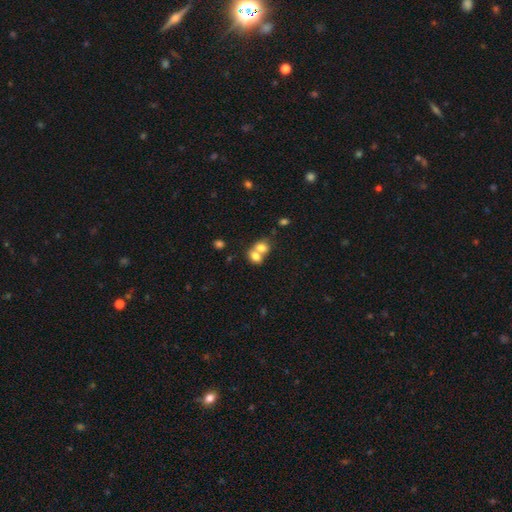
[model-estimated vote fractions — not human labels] A smooth galaxy with no disk features (74%) that is in between round and cigar-shaped (59%). Merging: merger (72%).